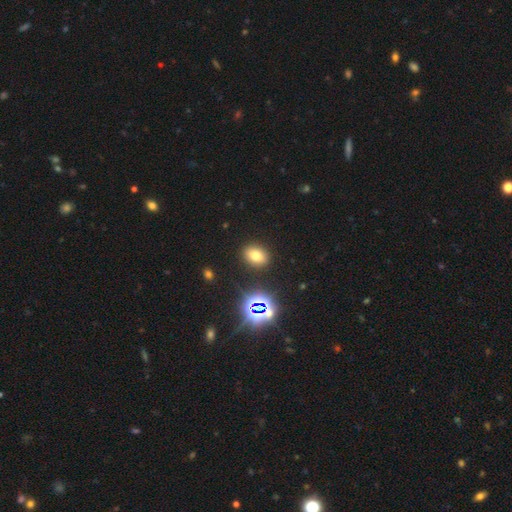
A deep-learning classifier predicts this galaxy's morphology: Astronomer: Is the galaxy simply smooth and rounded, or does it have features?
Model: smooth — 70%.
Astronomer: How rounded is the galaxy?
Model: in between — 69%.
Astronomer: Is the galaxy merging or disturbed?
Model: none — 88%.